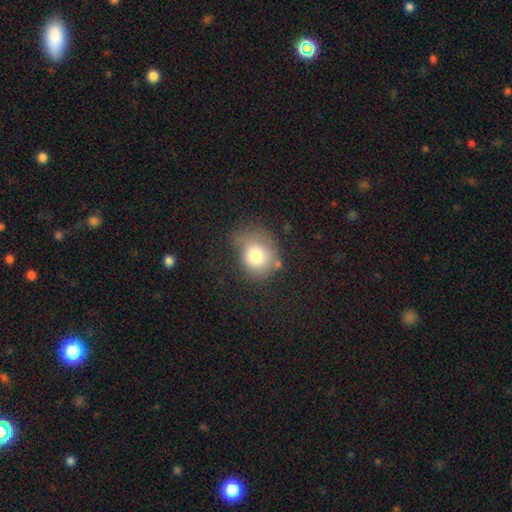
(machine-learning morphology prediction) Smooth or featured?
  - smooth: 76% *
  - featured or disk: 13%
  - star or artifact: 10%
How rounded?
  - round: 70% *
  - in between: 29%
  - cigar-shaped: 1%
Merging?
  - none: 43% *
  - minor disturbance: 34%
  - major disturbance: 17%
  - merger: 7%